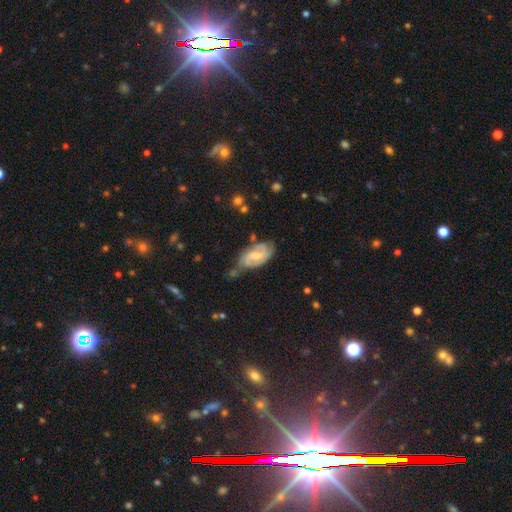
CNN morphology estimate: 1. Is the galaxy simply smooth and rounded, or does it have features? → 71% featured or disk, 23% smooth, 7% star or artifact.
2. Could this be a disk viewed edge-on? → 96% no, 4% yes.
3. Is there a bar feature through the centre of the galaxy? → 58% weak, 24% no, 18% strong.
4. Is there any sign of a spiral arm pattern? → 92% yes, 8% no.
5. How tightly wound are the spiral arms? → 46% medium, 38% tight, 16% loose.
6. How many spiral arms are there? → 71% 2, 15% can't tell, 8% 3, 3% 1, 2% 4, 2% more than 4.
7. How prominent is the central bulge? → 44% moderate (tied), 44% small (tied), 7% none, 3% large, 1% dominant.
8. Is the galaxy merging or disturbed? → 49% none, 31% minor disturbance, 12% major disturbance, 7% merger.